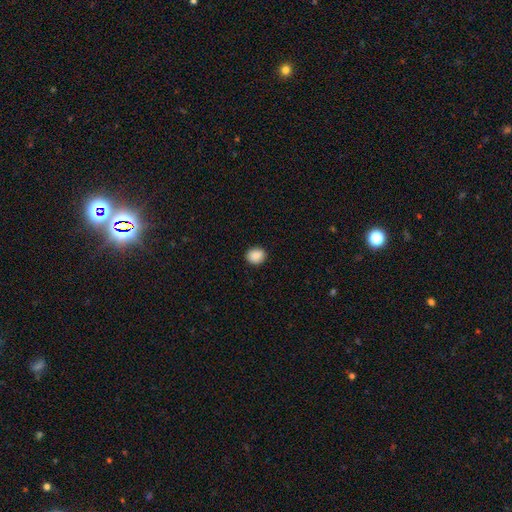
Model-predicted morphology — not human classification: A smooth galaxy with no disk features (89%) that is round (71%).

Vote fractions:
- Smooth or featured? smooth: 89% / star or artifact: 8% / featured or disk: 3%
- How rounded? round: 71% / in between: 28% / cigar-shaped: 1%
- Merging? none: 90% / minor disturbance: 7% / major disturbance: 2% / merger: 1%